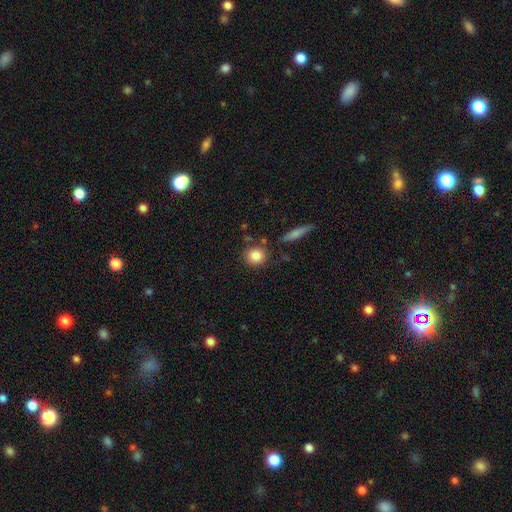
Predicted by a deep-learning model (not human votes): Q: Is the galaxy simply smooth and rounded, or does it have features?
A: smooth — 84%.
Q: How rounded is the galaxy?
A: round — 83%.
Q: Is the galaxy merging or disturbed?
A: none — 80%.